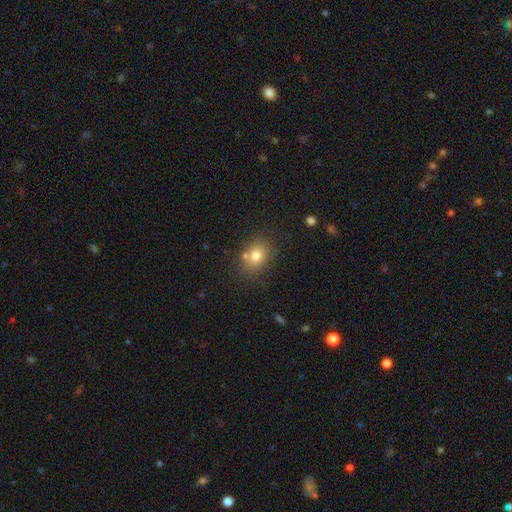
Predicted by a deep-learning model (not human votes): smooth-or-featured: smooth: 77% | star or artifact: 12% | featured or disk: 11%
  how-rounded: in between: 61% | round: 38% | cigar-shaped: 1%
  merging: none: 73% | minor disturbance: 13% | merger: 10% | major disturbance: 4%